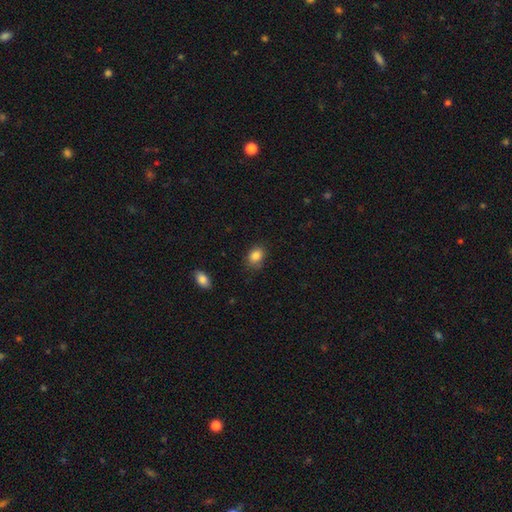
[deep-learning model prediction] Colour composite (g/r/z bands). It shows a smooth galaxy with no disk features (85%) that is in between round and cigar-shaped (61%). Merging: none (78%).